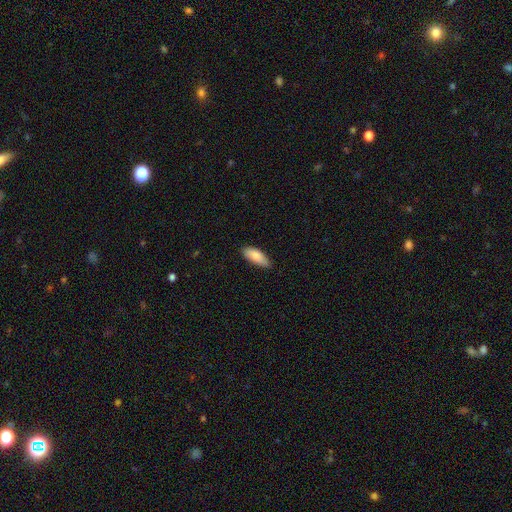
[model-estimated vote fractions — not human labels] This appears to be a smooth galaxy with no disk features (84%) that is in between round and cigar-shaped (79%). Merging: none (78%).